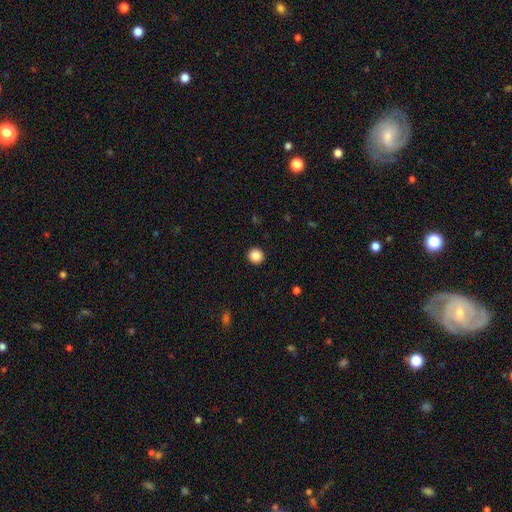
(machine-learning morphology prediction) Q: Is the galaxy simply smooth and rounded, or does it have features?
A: smooth — 87%.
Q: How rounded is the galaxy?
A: round — 94%.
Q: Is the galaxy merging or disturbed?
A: none — 93%.